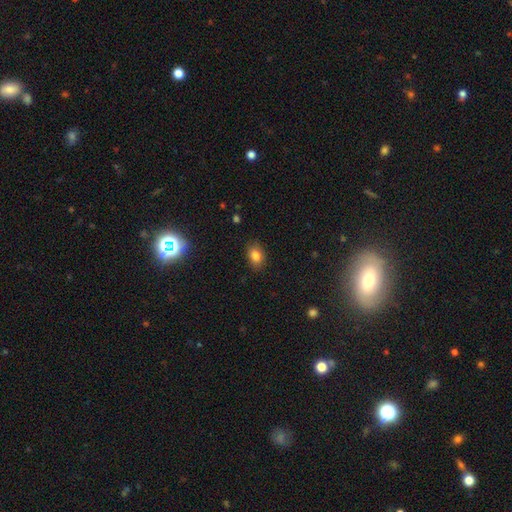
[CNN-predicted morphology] Smooth or featured? Predicted: smooth (p=0.82). How rounded? Predicted: in between (p=0.77). Merging? Predicted: none (p=0.85).